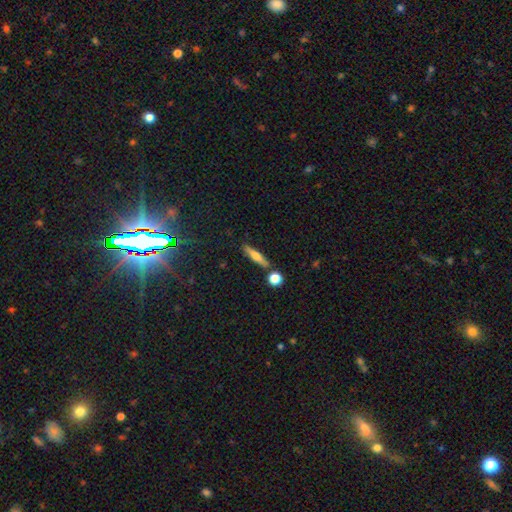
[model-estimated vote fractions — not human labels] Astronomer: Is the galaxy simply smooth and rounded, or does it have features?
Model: smooth — 57% (runner-up: featured or disk, 35%).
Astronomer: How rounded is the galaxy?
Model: cigar-shaped — 84%.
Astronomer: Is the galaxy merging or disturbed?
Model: none — 82%.